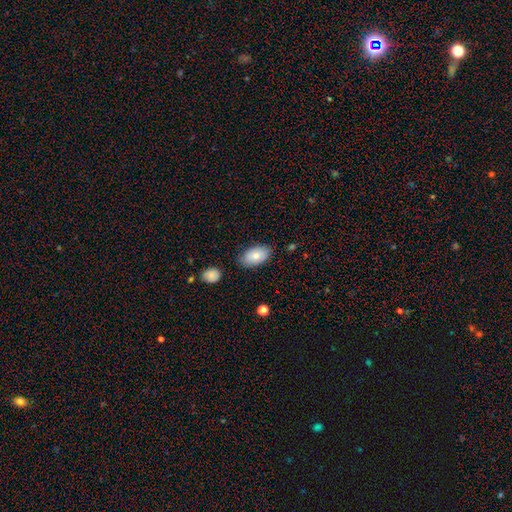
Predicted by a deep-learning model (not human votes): Morphology: type=smooth (79%); roundness=in between (94%); merging=none (80%).